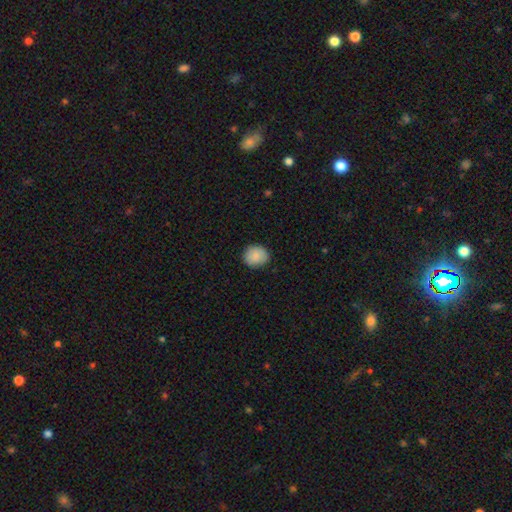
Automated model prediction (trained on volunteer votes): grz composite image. It shows a smooth galaxy with no disk features (88%) that is round (76%). Merging: none (88%).